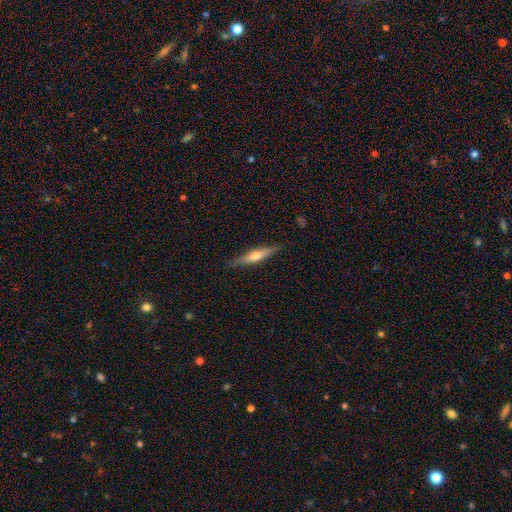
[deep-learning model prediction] This appears to be a featured or disk galaxy (58%) viewed edge-on (95%) with a rounded central bulge (87%). Merging: none (88%).